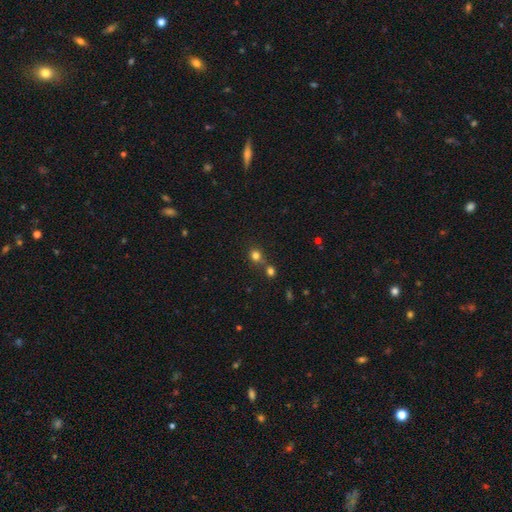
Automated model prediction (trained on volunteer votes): Q: Smooth or featured?
A: smooth (77%); runner-up: star or artifact (16%)
Q: How rounded?
A: round (84%); runner-up: in between (15%)
Q: Merging?
A: none (61%); runner-up: merger (27%)